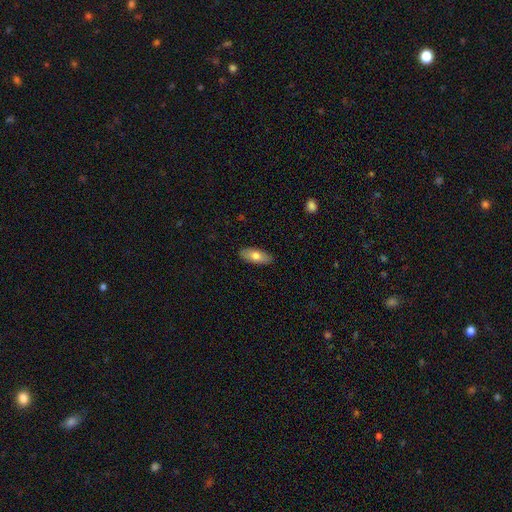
Smooth or featured?
  - smooth: 67% *
  - featured or disk: 28%
  - star or artifact: 5%
How rounded?
  - in between: 85% *
  - round: 8%
  - cigar-shaped: 8%
Merging?
  - none: 89% *
  - minor disturbance: 8%
  - major disturbance: 3%
  - merger: 0%